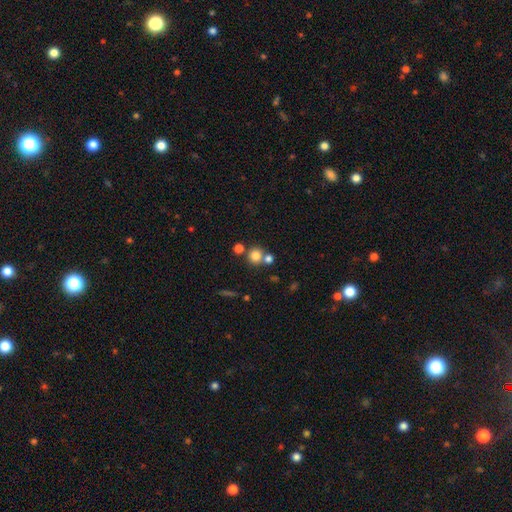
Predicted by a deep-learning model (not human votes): Smooth or featured? Predicted: smooth (p=0.79). How rounded? Predicted: round (p=0.91). Merging? Predicted: none (p=0.63).